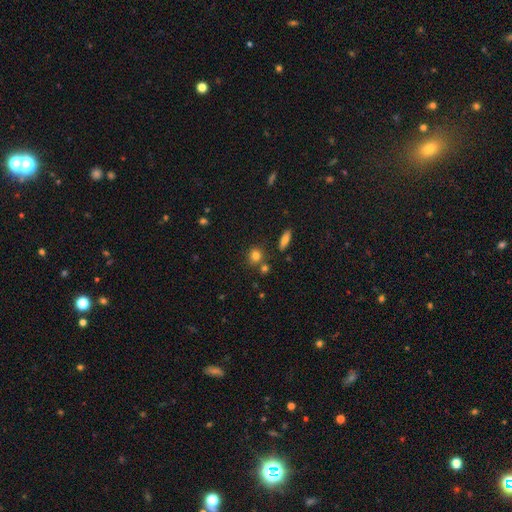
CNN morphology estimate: A smooth galaxy with no disk features (79%) that is round (72%).

Vote fractions:
- Smooth or featured? smooth: 79% / star or artifact: 12% / featured or disk: 8%
- How rounded? round: 72% / in between: 26% / cigar-shaped: 2%
- Merging? none: 72% / merger: 13% / minor disturbance: 12% / major disturbance: 3%